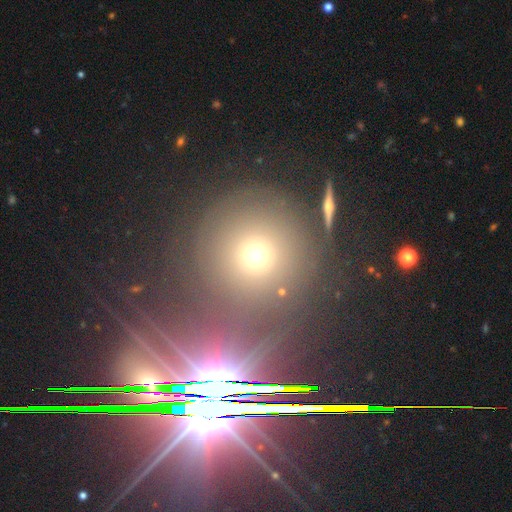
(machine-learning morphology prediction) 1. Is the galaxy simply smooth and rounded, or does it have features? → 55% smooth, 34% star or artifact, 11% featured or disk.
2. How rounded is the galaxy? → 91% round, 7% in between, 1% cigar-shaped.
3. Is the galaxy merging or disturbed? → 83% none, 8% minor disturbance, 5% merger, 4% major disturbance.